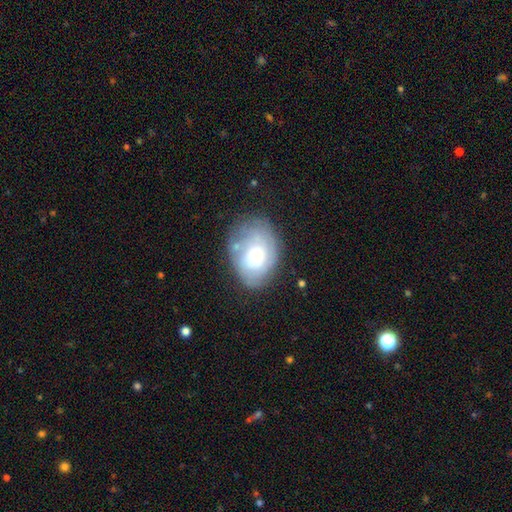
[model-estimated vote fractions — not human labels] Smooth or featured: featured or disk — 58% (smooth — 34%)
Edge-on disk: no — 96% (yes — 4%)
Bar: no — 81% (weak — 16%)
Spiral arms: yes — 70% (no — 30%)
Bulge size: moderate — 56% (small — 35%)
Merging: none — 64% (minor disturbance — 23%)